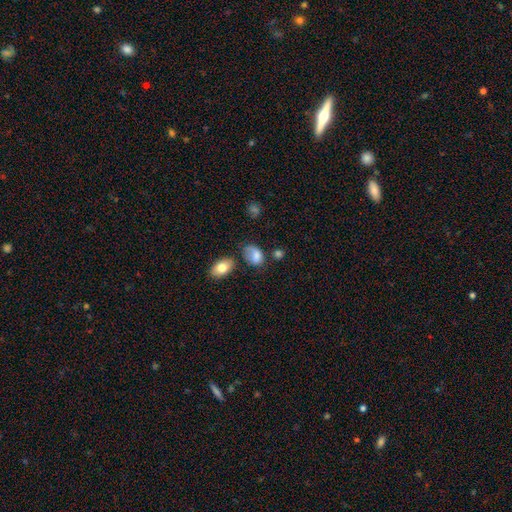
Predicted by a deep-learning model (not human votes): Overall: smooth (79%). How rounded: in between (81%). Merging: none (41%; minor disturbance 32%).